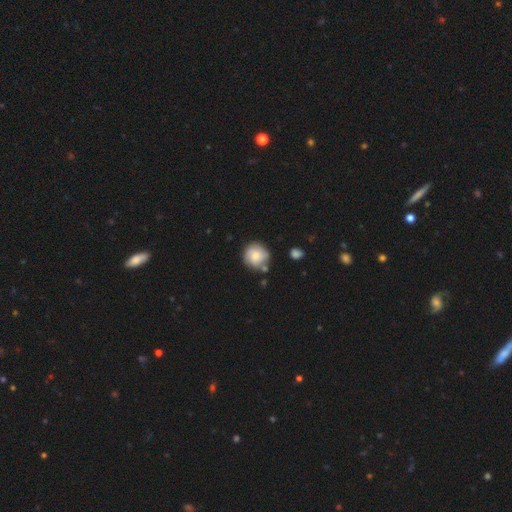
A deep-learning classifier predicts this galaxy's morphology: A smooth galaxy with no disk features (62%) that is round (92%).

Vote fractions:
- Smooth or featured? smooth: 62% / featured or disk: 30% / star or artifact: 8%
- How rounded? round: 92% / in between: 7% / cigar-shaped: 1%
- Merging? none: 69% / minor disturbance: 18% / merger: 9% / major disturbance: 5%